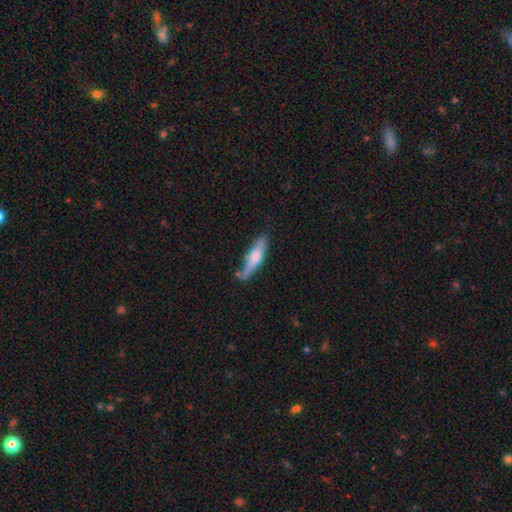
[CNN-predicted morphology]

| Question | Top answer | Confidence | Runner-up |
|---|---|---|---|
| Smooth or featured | smooth | 48% | featured or disk (46%) |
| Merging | none | 67% | minor disturbance (21%) |